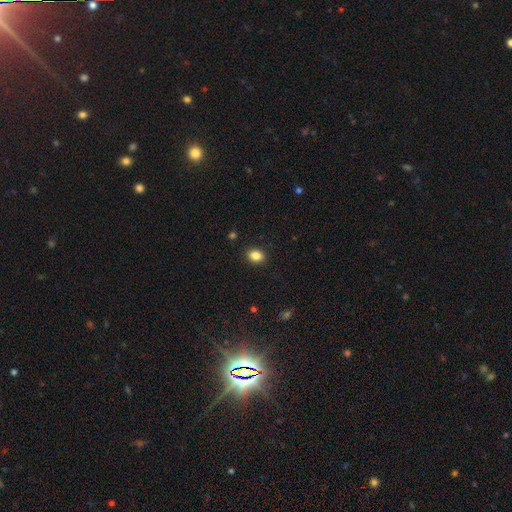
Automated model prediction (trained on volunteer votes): A smooth galaxy with no disk features (86%) that is in between round and cigar-shaped (69%). Merging: none (89%).